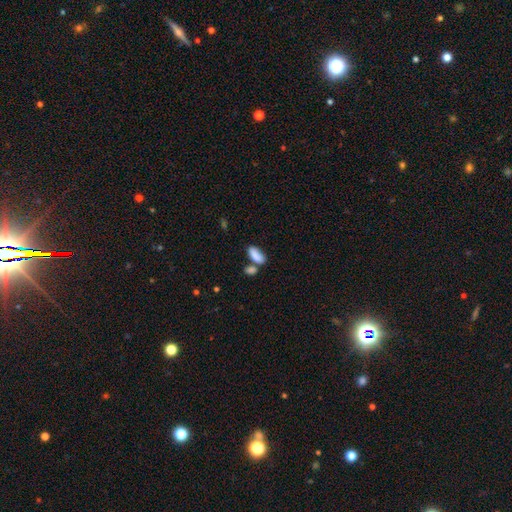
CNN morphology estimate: smooth 86%, featured or disk 7%, star or artifact 7%. Down the decision tree: how rounded — in between (82%); merging — none (49%).